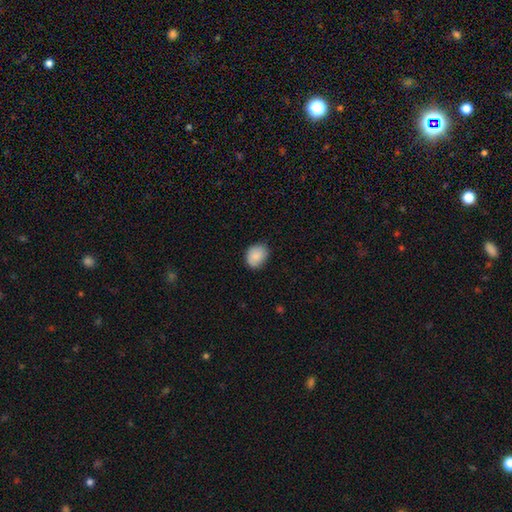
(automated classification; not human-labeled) smooth-or-featured: smooth: 86% | star or artifact: 7% | featured or disk: 6%
  how-rounded: round: 55% | in between: 44% | cigar-shaped: 1%
  merging: none: 77% | minor disturbance: 19% | major disturbance: 3% | merger: 1%